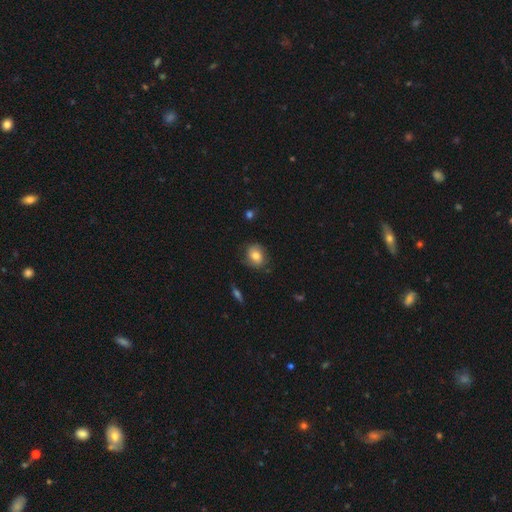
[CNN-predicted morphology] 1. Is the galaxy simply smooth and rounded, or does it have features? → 72% smooth, 19% featured or disk, 9% star or artifact.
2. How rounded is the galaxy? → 60% round, 38% in between, 1% cigar-shaped.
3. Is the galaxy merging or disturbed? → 74% none, 19% minor disturbance, 5% major disturbance, 1% merger.